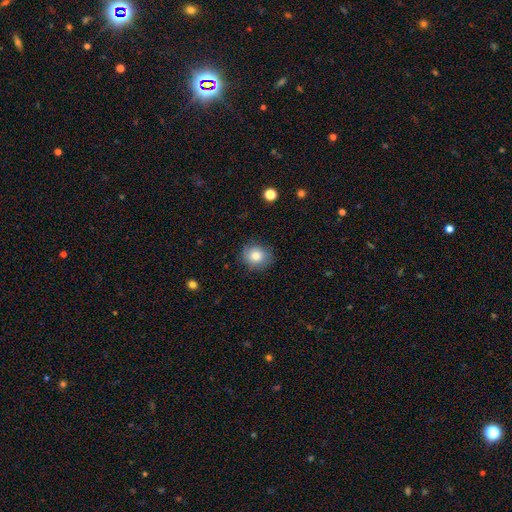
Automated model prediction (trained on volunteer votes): This is clearly a smooth galaxy (82%). How rounded: likely round (79%). Merging: clearly none (82%).